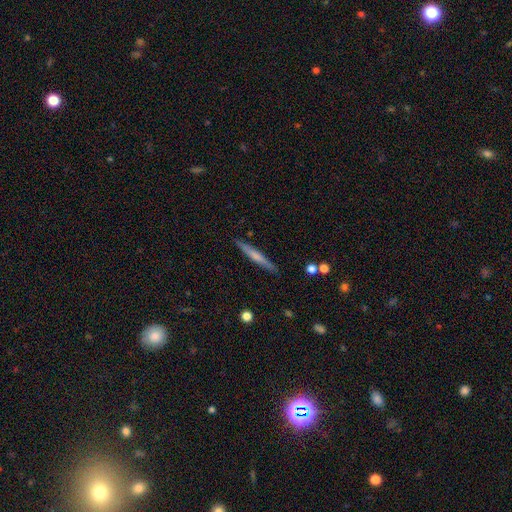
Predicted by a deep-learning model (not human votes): This appears to be a smooth galaxy with no disk features (50%) that is cigar-shaped (95%). Merging: none (90%).